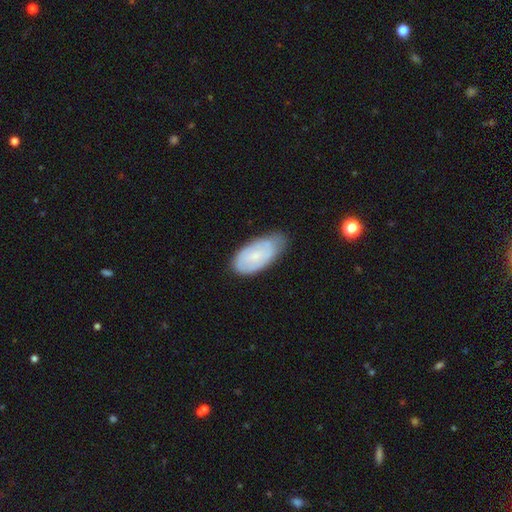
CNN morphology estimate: smooth-or-featured: smooth: 53% | featured or disk: 41% | star or artifact: 7%
  how-rounded: in between: 92% | cigar-shaped: 5% | round: 3%
  merging: none: 53% | minor disturbance: 37% | major disturbance: 8% | merger: 2%